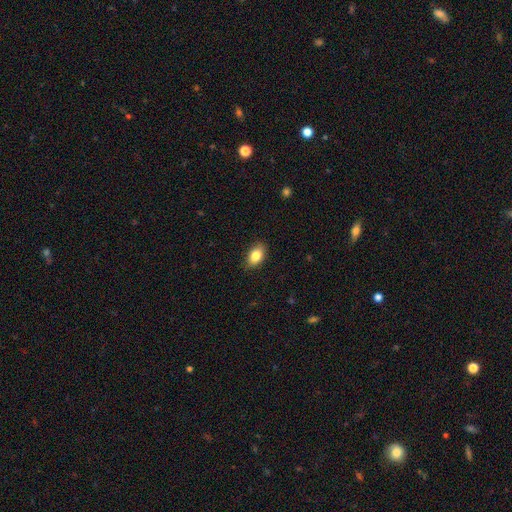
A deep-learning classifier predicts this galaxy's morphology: type=smooth (84%); roundness=in between (89%); merging=none (85%).